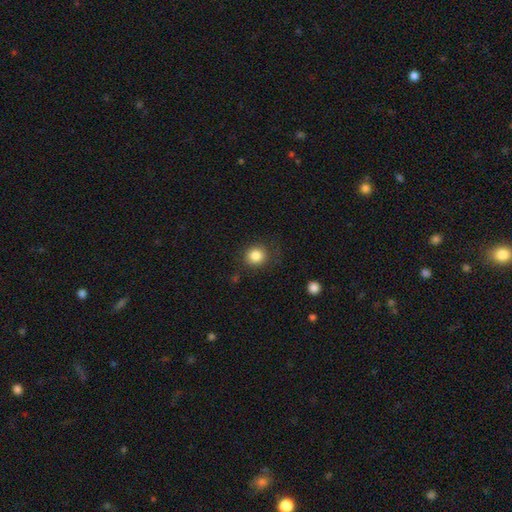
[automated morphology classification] smooth_or_featured: smooth (p=0.84) [alt: star or artifact p=0.10]
how_rounded: round (p=0.89) [alt: in between p=0.10]
merging: none (p=0.82) [alt: minor disturbance p=0.11]